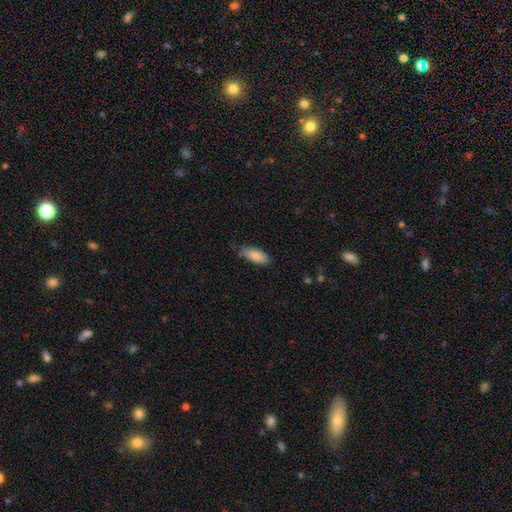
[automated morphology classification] This is clearly a smooth galaxy (87%). How rounded: clearly in between (84%). Merging: likely none (75%).